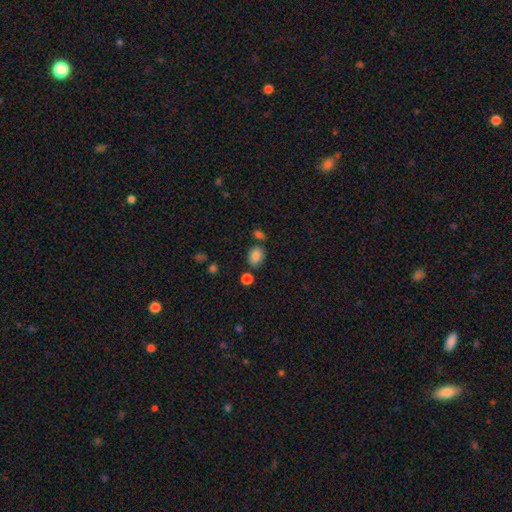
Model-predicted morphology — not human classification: Q: Smooth or featured?
A: smooth (84%); runner-up: star or artifact (10%)
Q: How rounded?
A: in between (57%); runner-up: round (42%)
Q: Merging?
A: none (73%); runner-up: minor disturbance (13%)